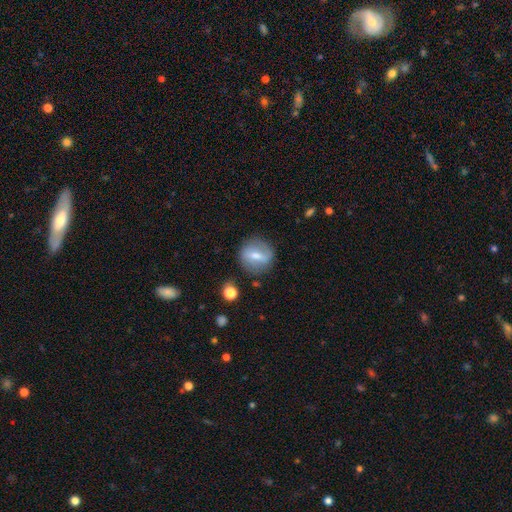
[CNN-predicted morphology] Q: Smooth or featured?
A: featured or disk (47%); runner-up: smooth (45%)
Q: Merging?
A: none (81%); runner-up: minor disturbance (12%)